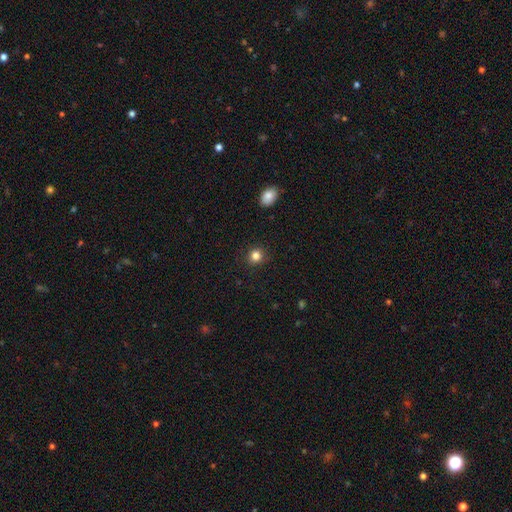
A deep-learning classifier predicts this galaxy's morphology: A smooth galaxy with no disk features (83%) that is round (84%).

Vote fractions:
- Smooth or featured? smooth: 83% / star or artifact: 12% / featured or disk: 5%
- How rounded? round: 84% / in between: 15% / cigar-shaped: 1%
- Merging? none: 90% / minor disturbance: 7% / major disturbance: 2% / merger: 1%